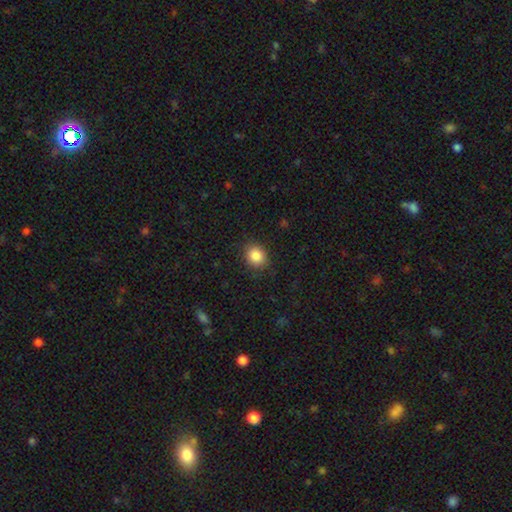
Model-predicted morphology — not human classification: type=smooth (86%); roundness=round (69%); merging=none (87%).